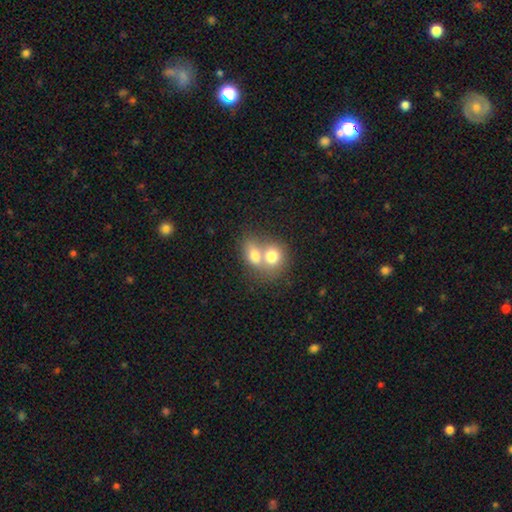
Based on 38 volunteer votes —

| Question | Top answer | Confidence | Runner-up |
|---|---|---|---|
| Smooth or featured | smooth | 79% | featured or disk (16%) |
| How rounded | in between | 63% | round (37%) |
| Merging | merger | 69% | none (22%) |